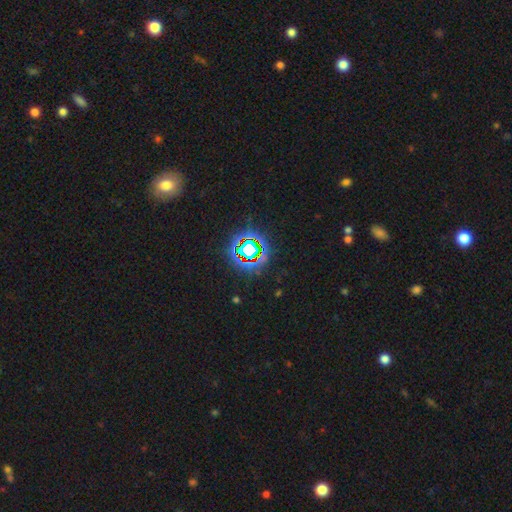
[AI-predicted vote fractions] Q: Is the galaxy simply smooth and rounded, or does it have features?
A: star or artifact — 76%.